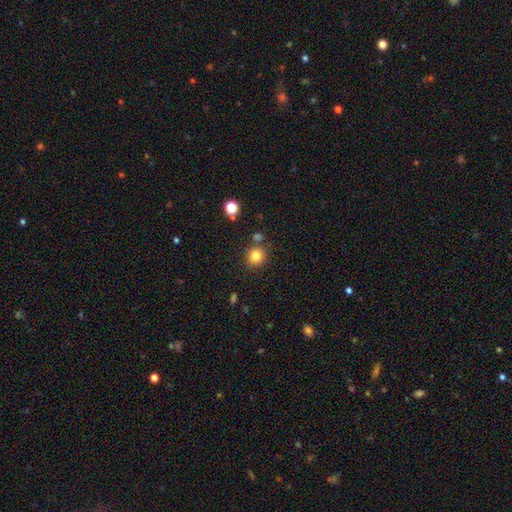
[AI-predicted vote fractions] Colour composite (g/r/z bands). It shows a smooth galaxy with no disk features (82%) that is round (84%). Merging: none (78%).